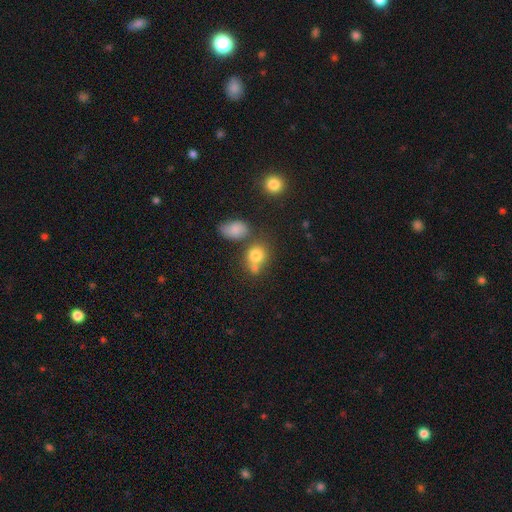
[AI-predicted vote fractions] Smooth or featured? Predicted: smooth (p=0.77). How rounded? Predicted: round (p=0.68). Merging? Predicted: none (p=0.50).